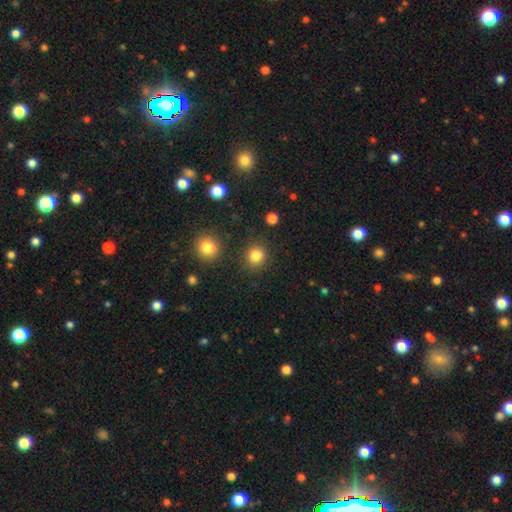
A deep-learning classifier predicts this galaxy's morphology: Overall: smooth (83%). How rounded: round (85%). Merging: none (86%).